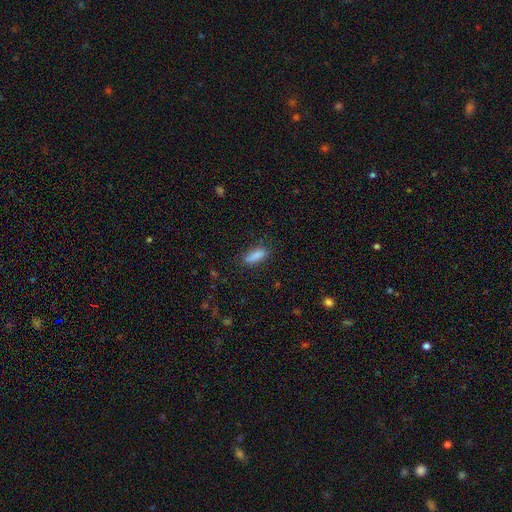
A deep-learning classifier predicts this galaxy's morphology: A smooth galaxy with no disk features (86%) that is in between round and cigar-shaped (57%). Merging: none (79%).